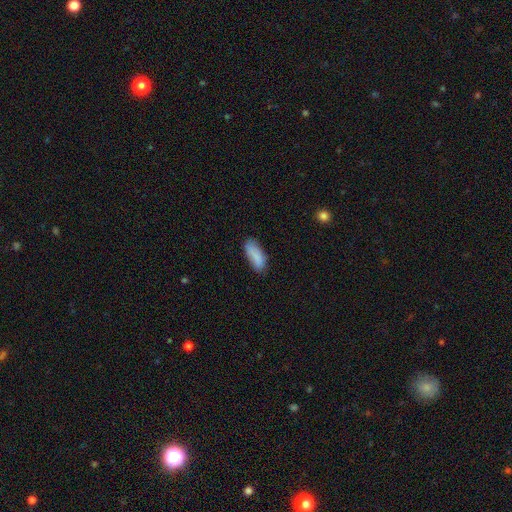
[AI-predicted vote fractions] Q: Smooth or featured?
A: smooth (85%); runner-up: featured or disk (8%)
Q: How rounded?
A: in between (77%); runner-up: cigar-shaped (21%)
Q: Merging?
A: none (68%); runner-up: minor disturbance (25%)